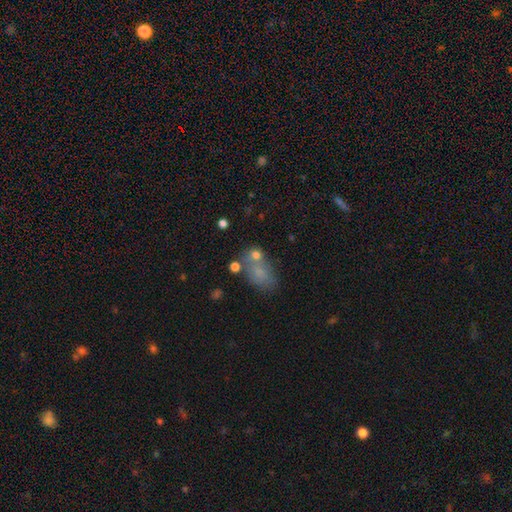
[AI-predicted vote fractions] Smooth or featured? Predicted: smooth (p=0.68). How rounded? Predicted: in between (p=0.76). Merging? Predicted: none (p=0.42).